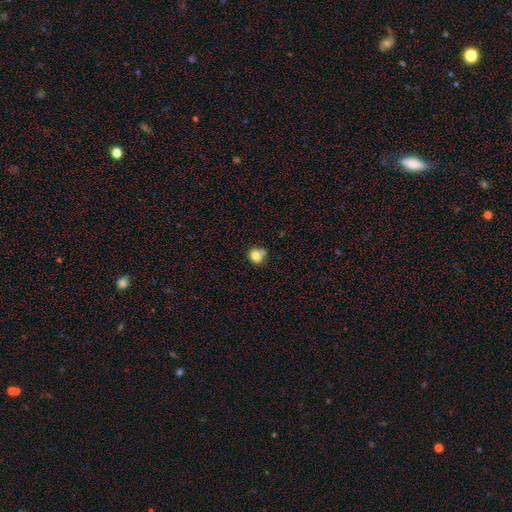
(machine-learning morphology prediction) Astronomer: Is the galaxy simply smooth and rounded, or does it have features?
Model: smooth — 79%.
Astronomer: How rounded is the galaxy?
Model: round — 72%.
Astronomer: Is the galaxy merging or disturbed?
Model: none — 51%.